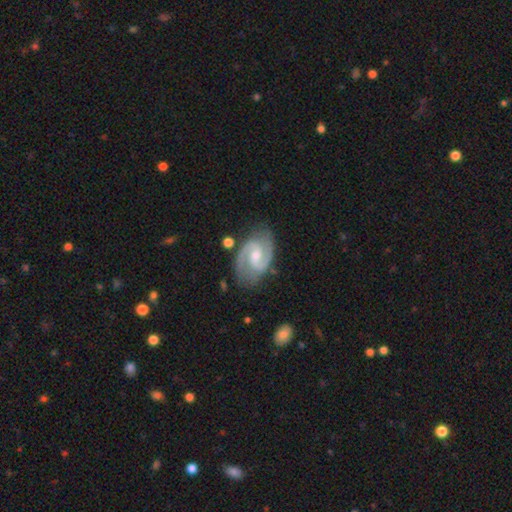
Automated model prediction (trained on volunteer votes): Q: Smooth or featured?
A: featured or disk (91%); runner-up: smooth (5%)
Q: Edge-on disk?
A: no (98%); runner-up: yes (2%)
Q: Bar?
A: weak (54%); runner-up: no (33%)
Q: Spiral arms?
A: yes (98%); runner-up: no (2%)
Q: Spiral winding?
A: medium (60%); runner-up: tight (28%)
Q: Spiral arm count?
A: 2 (93%); runner-up: can't tell (2%)
Q: Bulge size?
A: moderate (51%); runner-up: small (39%)
Q: Merging?
A: none (77%); runner-up: minor disturbance (16%)